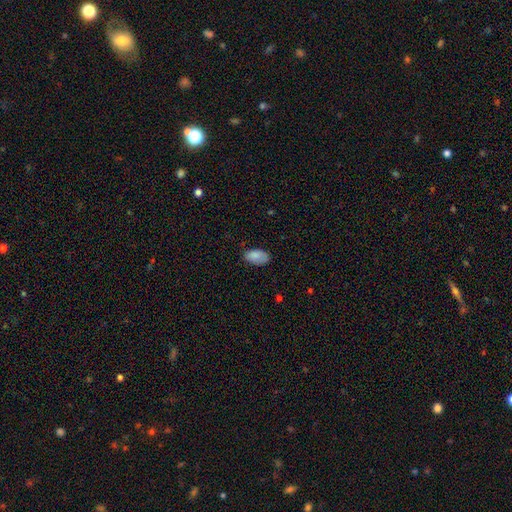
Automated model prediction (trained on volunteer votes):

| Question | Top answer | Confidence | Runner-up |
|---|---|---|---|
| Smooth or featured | smooth | 85% | featured or disk (8%) |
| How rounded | in between | 94% | round (4%) |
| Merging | none | 73% | minor disturbance (22%) |